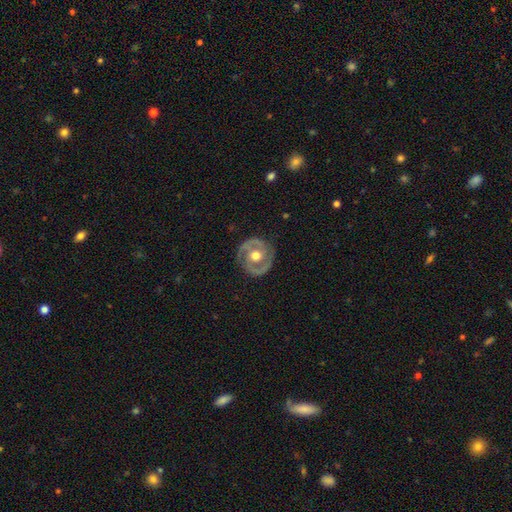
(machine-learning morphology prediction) Smooth or featured? Predicted: featured or disk (p=0.81). Edge-on disk? Predicted: no (p=0.97). Bar? Predicted: no (p=0.60). Spiral arms? Predicted: yes (p=0.82). Spiral winding? Predicted: tight (p=0.47). Spiral arm count? Predicted: 2 (p=0.85). Bulge size? Predicted: moderate (p=0.75). Merging? Predicted: none (p=0.84).